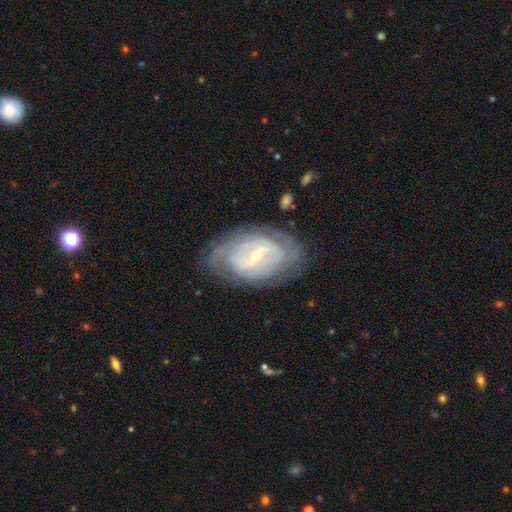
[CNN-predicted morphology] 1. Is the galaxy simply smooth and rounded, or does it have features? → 80% featured or disk, 14% smooth, 6% star or artifact.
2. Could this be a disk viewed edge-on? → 95% no, 5% yes.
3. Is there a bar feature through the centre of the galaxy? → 49% strong, 40% weak, 11% no.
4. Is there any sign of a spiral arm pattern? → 80% yes, 20% no.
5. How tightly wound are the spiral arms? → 58% tight, 31% medium, 11% loose.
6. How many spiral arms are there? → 42% can't tell, 39% 2, 8% 3, 5% 4, 4% 1, 3% more than 4.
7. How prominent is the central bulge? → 71% small, 23% moderate, 3% none, 2% large, 1% dominant.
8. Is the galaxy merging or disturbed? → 72% none, 19% minor disturbance, 8% major disturbance, 2% merger.